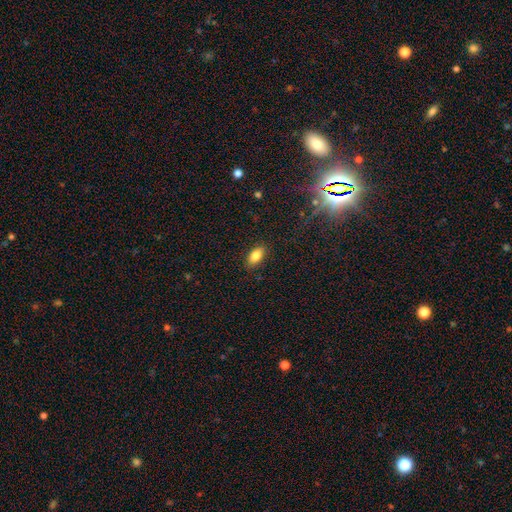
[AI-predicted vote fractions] This appears to be a smooth galaxy with no disk features (83%) that is in between round and cigar-shaped (90%). Merging: none (87%).